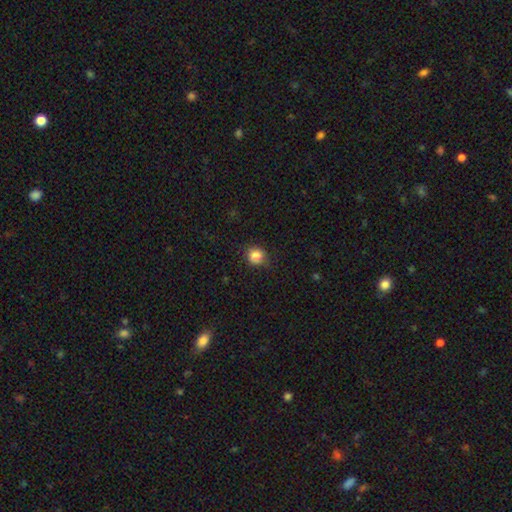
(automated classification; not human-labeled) Morphology: type=smooth (84%); roundness=round (86%); merging=none (84%).